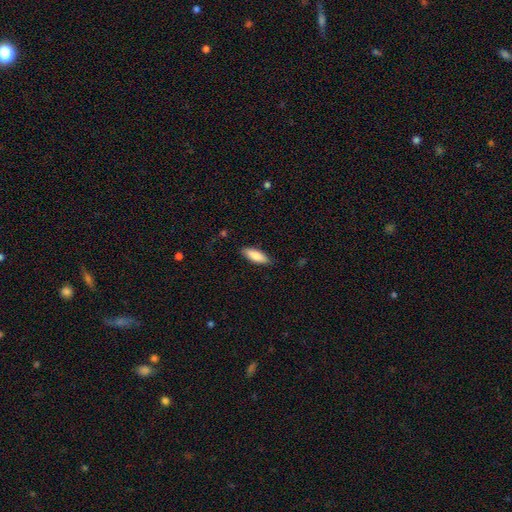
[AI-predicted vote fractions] Overall: smooth (85%). How rounded: in between (61%; cigar-shaped 38%). Merging: none (86%).